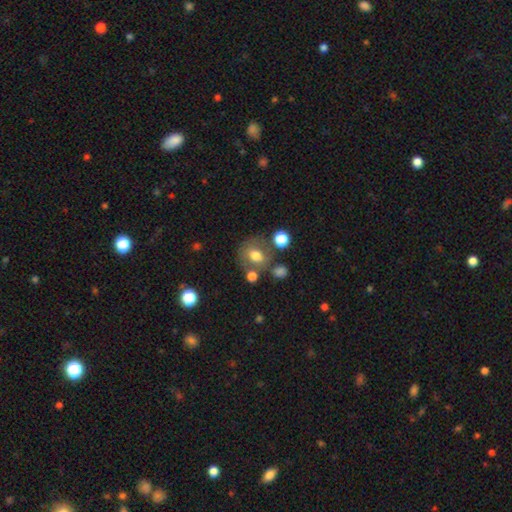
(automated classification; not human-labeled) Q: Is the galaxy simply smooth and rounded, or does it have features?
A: smooth — 69%.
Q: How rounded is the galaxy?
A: round — 64%.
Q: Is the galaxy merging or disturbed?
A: none — 63%.